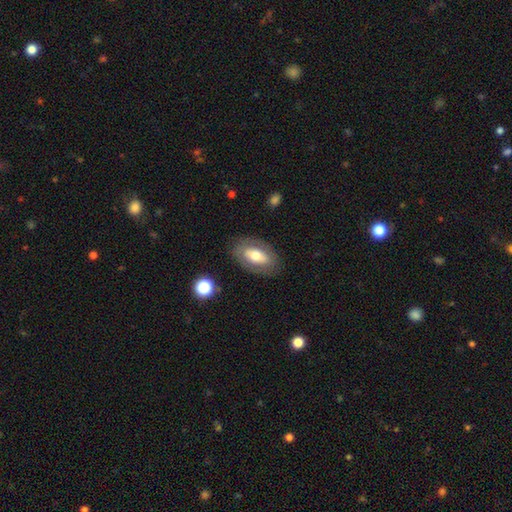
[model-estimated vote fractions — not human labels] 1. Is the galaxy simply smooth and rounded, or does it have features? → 54% smooth, 39% featured or disk, 7% star or artifact.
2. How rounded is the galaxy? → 91% in between, 6% round, 3% cigar-shaped.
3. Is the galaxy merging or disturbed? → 81% none, 12% minor disturbance, 5% major disturbance, 1% merger.